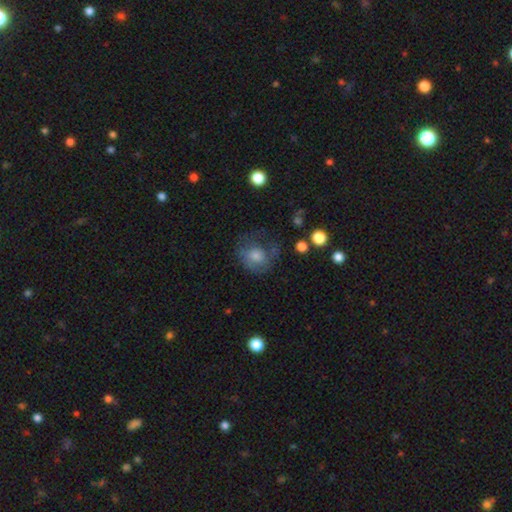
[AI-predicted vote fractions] This appears to be a smooth galaxy with no disk features (59%) that is round (73%). Merging: none (48%).